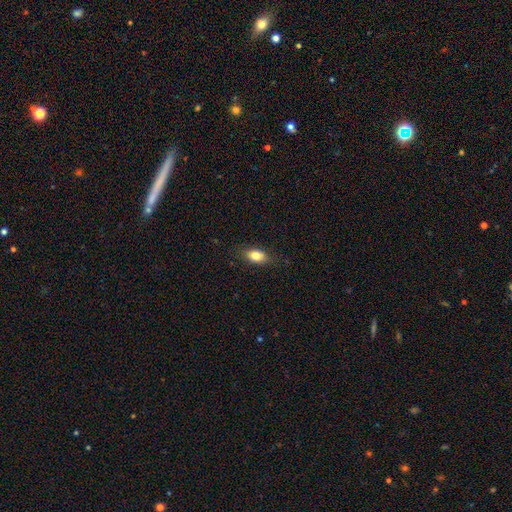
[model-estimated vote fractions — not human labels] smooth_or_featured: smooth (p=0.81) [alt: featured or disk p=0.11]
how_rounded: in between (p=0.85) [alt: round p=0.09]
merging: none (p=0.84) [alt: minor disturbance p=0.12]